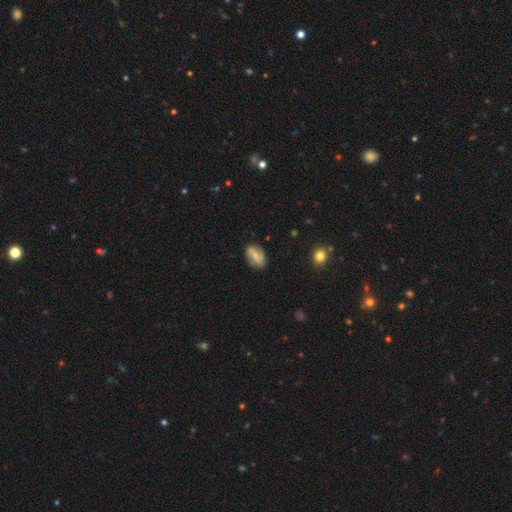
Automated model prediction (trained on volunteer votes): smooth-or-featured: featured or disk: 60% | smooth: 32% | star or artifact: 8%
  disk-edge-on: no: 96% | yes: 4%
    bar: weak: 45% | no: 35% | strong: 20%
    has-spiral-arms: yes: 90% | no: 10%
      spiral-winding: loose: 46% | medium: 36% | tight: 18%
      spiral-arm-count: 2: 81% | can't tell: 8% | 3: 4% | 1: 3% | 4: 2% | more than 4: 2%
    bulge-size: small: 52% | none: 23% | moderate: 22% | large: 2% | dominant: 1%
  merging: none: 76% | minor disturbance: 17% | major disturbance: 5% | merger: 2%